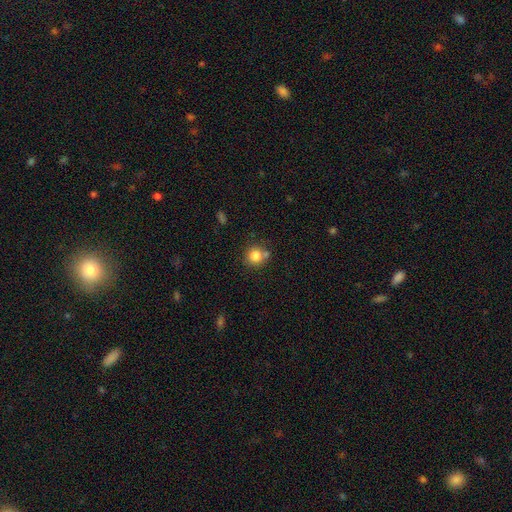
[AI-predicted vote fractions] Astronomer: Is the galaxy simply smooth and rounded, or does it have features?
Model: smooth — 82%.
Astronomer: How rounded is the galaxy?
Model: round — 90%.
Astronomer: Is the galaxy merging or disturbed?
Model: none — 66%.